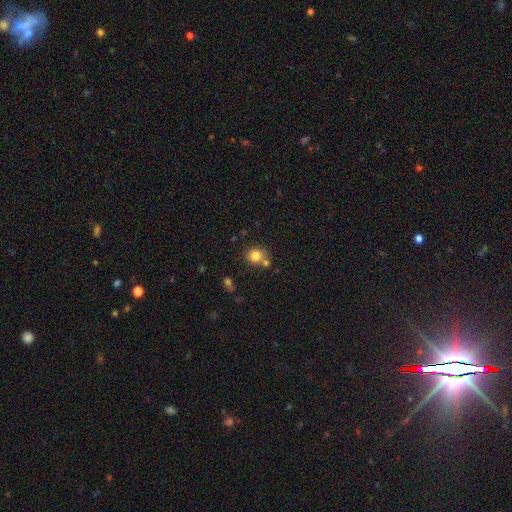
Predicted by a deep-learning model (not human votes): A smooth galaxy with no disk features (82%) that is round (83%).

Vote fractions:
- Smooth or featured? smooth: 82% / star or artifact: 11% / featured or disk: 7%
- How rounded? round: 83% / in between: 16% / cigar-shaped: 1%
- Merging? none: 67% / merger: 19% / minor disturbance: 11% / major disturbance: 3%